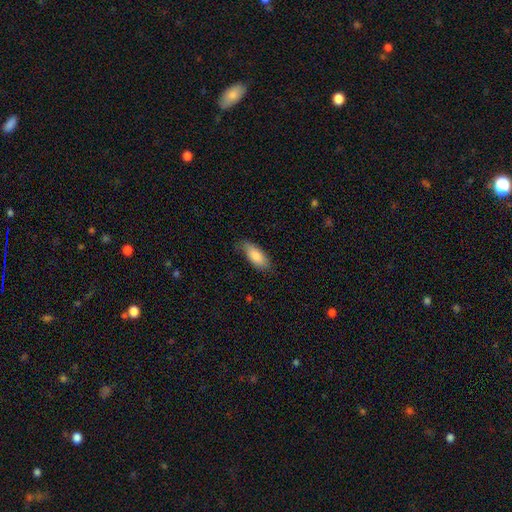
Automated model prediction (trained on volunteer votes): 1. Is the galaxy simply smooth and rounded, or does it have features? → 83% smooth, 11% featured or disk, 6% star or artifact.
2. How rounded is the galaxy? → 79% in between, 19% cigar-shaped, 2% round.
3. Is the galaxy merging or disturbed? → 75% none, 20% minor disturbance, 4% major disturbance, 1% merger.